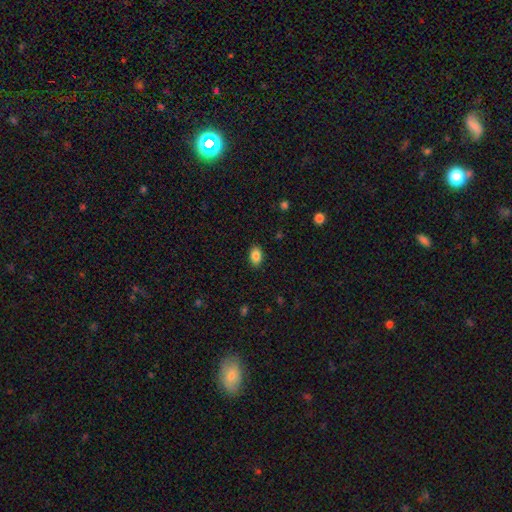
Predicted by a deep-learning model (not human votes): Q: Smooth or featured?
A: smooth (85%); runner-up: star or artifact (9%)
Q: How rounded?
A: in between (87%); runner-up: round (12%)
Q: Merging?
A: none (89%); runner-up: minor disturbance (8%)